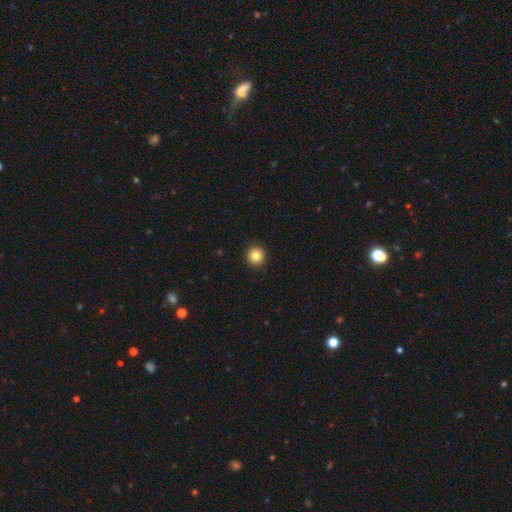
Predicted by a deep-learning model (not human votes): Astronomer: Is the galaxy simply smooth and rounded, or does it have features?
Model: smooth — 83%.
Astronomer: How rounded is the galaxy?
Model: round — 89%.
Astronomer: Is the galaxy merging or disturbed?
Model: none — 93%.